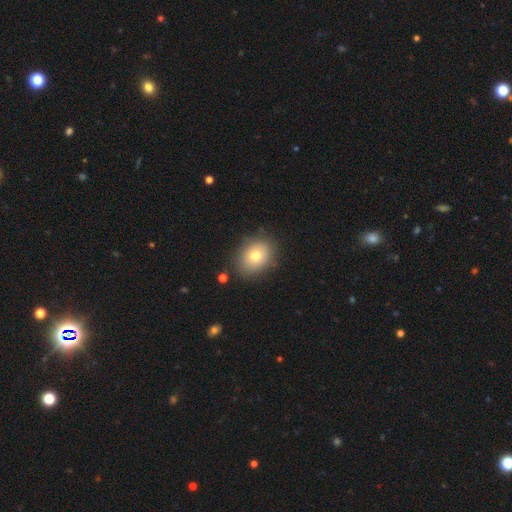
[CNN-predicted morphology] Q: Smooth or featured?
A: smooth (76%); runner-up: featured or disk (15%)
Q: How rounded?
A: in between (53%); runner-up: round (46%)
Q: Merging?
A: none (84%); runner-up: minor disturbance (12%)